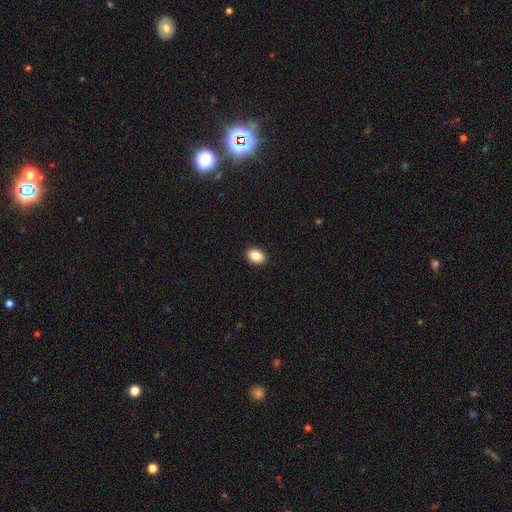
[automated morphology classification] This is clearly a smooth galaxy (86%). How rounded: likely in between (78%). Merging: clearly none (91%).